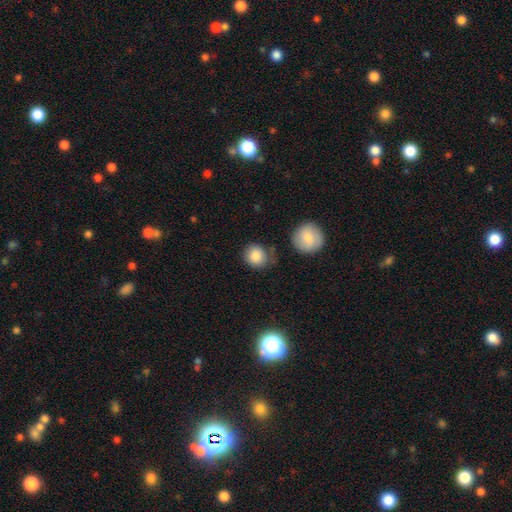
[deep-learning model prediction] The model was most divided on "merging": none: 69%, minor disturbance: 18%, merger: 7%, major disturbance: 5%. More confident: smooth or featured — smooth (86%); how rounded — round (80%).